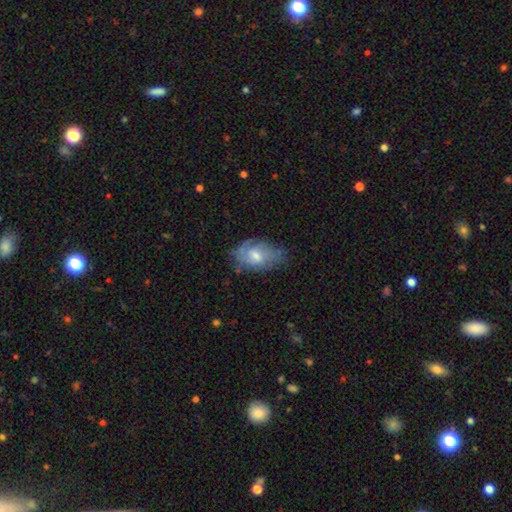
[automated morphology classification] A featured or disk galaxy (47%). Merging: none (54%).